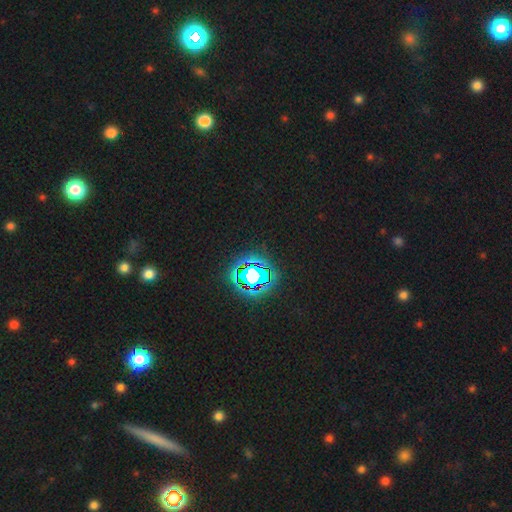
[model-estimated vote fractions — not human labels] Smooth or featured? Predicted: star or artifact (p=0.79).